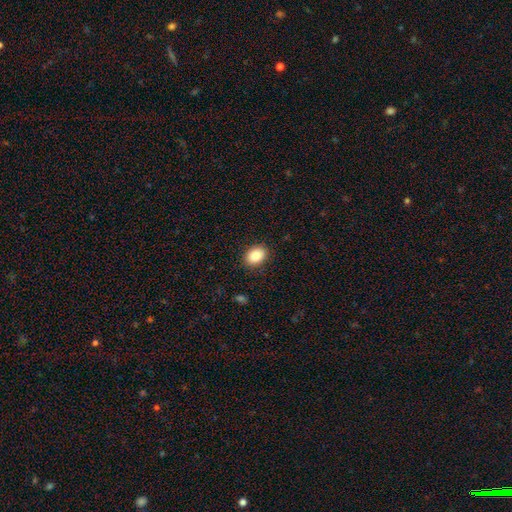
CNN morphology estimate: type=smooth (88%); roundness=in between (75%); merging=none (88%).